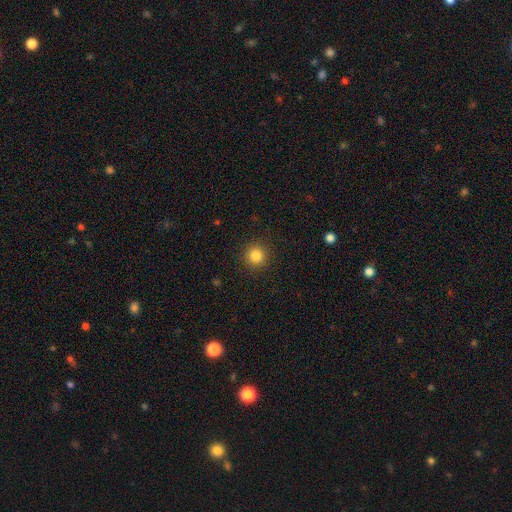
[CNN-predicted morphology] smooth-or-featured: smooth: 84% | star or artifact: 12% | featured or disk: 4%
  how-rounded: round: 94% | in between: 5% | cigar-shaped: 1%
  merging: none: 91% | minor disturbance: 6% | major disturbance: 2% | merger: 1%